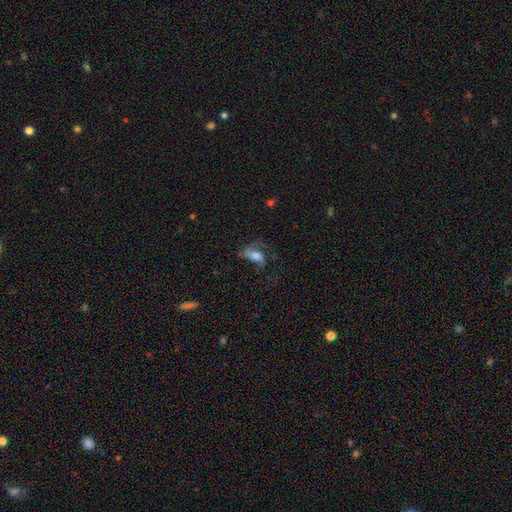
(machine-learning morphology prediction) smooth_or_featured: featured or disk (p=0.49) [alt: smooth p=0.41]
merging: major disturbance (p=0.42) [alt: none p=0.34]